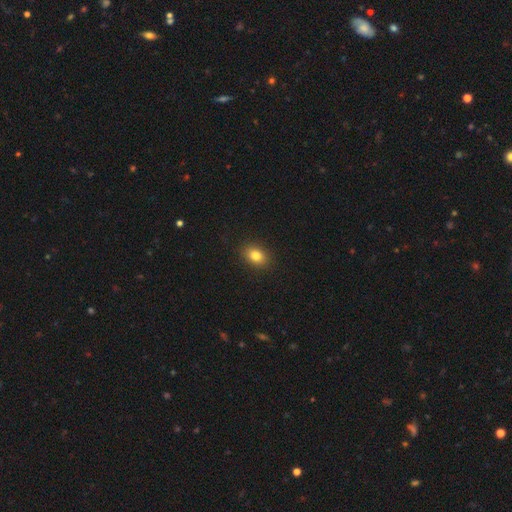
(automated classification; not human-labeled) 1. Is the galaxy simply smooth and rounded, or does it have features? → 82% smooth, 10% star or artifact, 7% featured or disk.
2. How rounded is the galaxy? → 67% in between, 32% round, 1% cigar-shaped.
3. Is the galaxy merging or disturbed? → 90% none, 7% minor disturbance, 2% major disturbance, 1% merger.